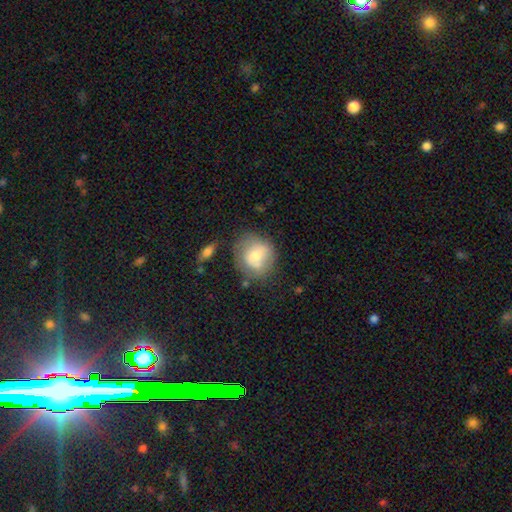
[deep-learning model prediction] Smooth or featured? smooth (62%)
How rounded? round (79%)
Merging? none (58%)